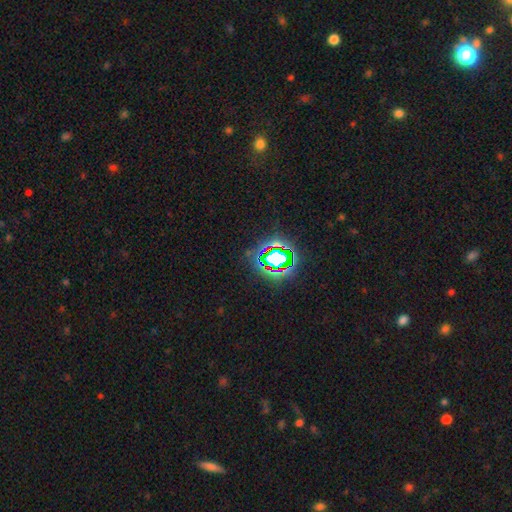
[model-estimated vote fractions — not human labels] smooth-or-featured: star or artifact: 79% | smooth: 12% | featured or disk: 8%